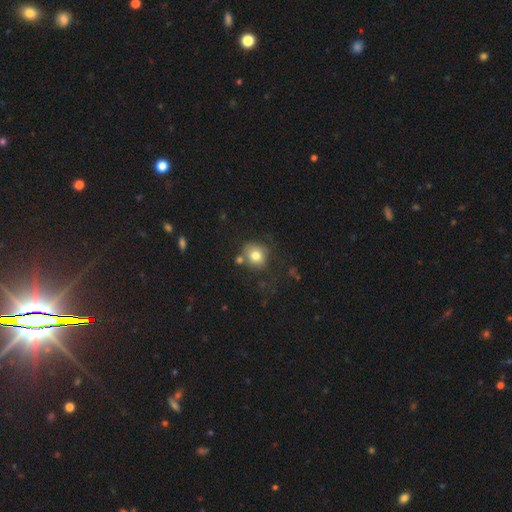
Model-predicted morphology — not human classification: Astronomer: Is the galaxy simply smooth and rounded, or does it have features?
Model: smooth — 77%.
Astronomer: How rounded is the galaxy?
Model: round — 80%.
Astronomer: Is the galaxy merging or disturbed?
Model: none — 62%.